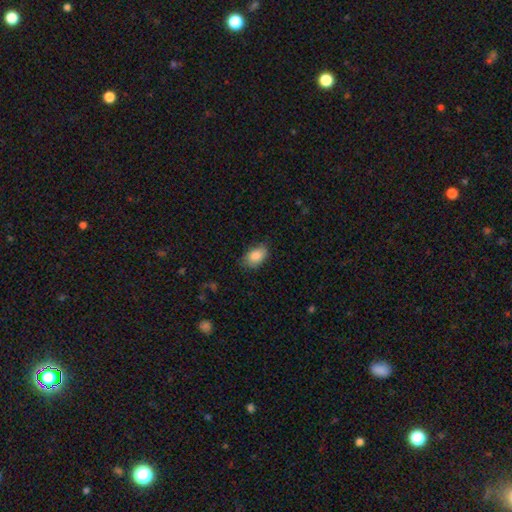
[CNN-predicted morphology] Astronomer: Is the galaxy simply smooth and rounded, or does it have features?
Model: smooth — 86%.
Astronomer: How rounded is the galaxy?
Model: in between — 88%.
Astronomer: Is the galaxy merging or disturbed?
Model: none — 73%.